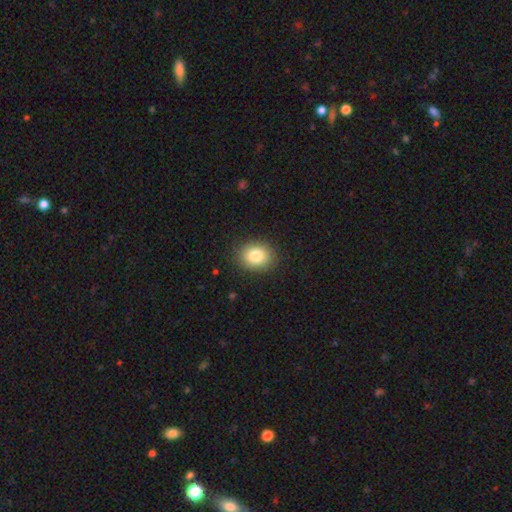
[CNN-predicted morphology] This is clearly a smooth galaxy (83%). How rounded: possibly round (55%). Merging: clearly none (88%).